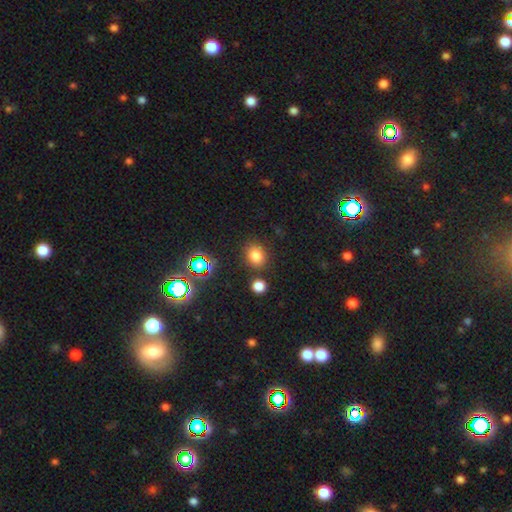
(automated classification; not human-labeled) smooth-or-featured: smooth: 77% | star or artifact: 17% | featured or disk: 6%
  how-rounded: round: 63% | in between: 36% | cigar-shaped: 1%
  merging: none: 81% | minor disturbance: 10% | merger: 6% | major disturbance: 3%